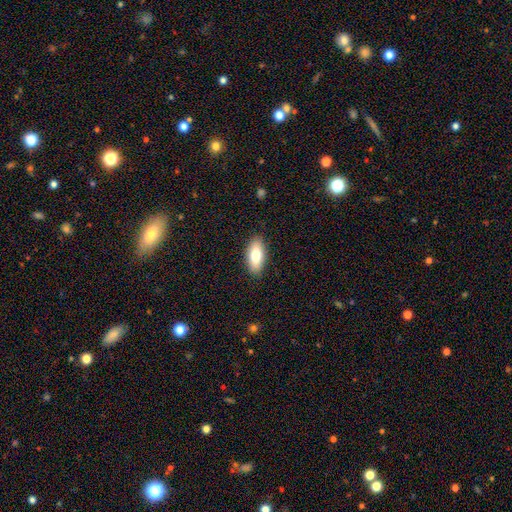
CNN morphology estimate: Q: Smooth or featured?
A: smooth (76%); runner-up: featured or disk (17%)
Q: How rounded?
A: in between (85%); runner-up: cigar-shaped (13%)
Q: Merging?
A: none (88%); runner-up: minor disturbance (9%)